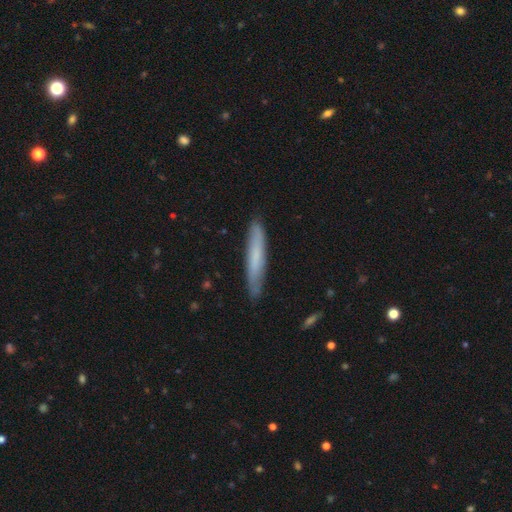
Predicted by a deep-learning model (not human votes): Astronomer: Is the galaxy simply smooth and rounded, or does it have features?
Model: smooth — 63%.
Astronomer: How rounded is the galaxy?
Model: cigar-shaped — 94%.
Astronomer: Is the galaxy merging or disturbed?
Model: none — 85%.